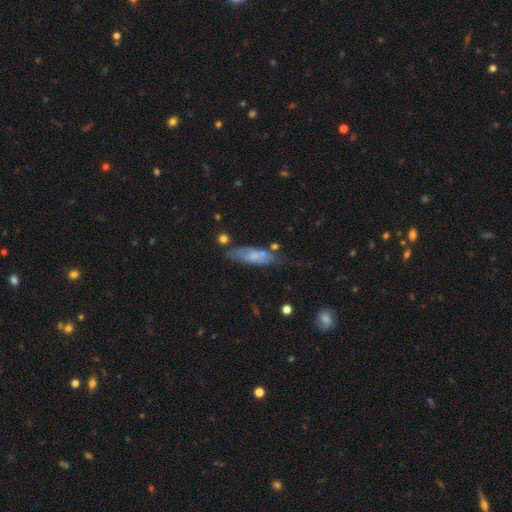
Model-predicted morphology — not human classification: This is possibly a smooth galaxy (59%). How rounded: possibly cigar-shaped (55%). Merging: possibly none (60%).